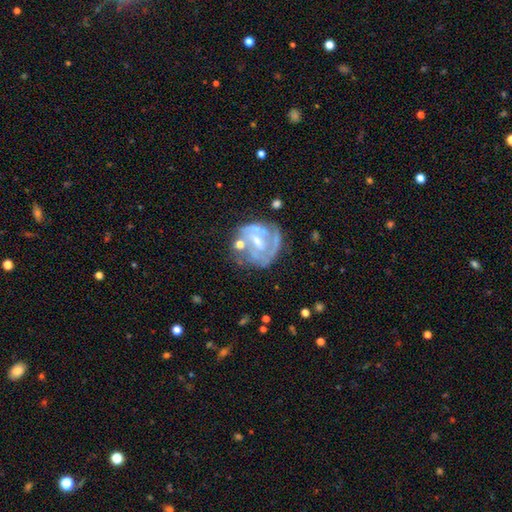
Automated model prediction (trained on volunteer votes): Q: Smooth or featured?
A: featured or disk (76%); runner-up: smooth (14%)
Q: Edge-on disk?
A: no (97%); runner-up: yes (3%)
Q: Bar?
A: weak (42%); runner-up: no (38%)
Q: Spiral arms?
A: yes (76%); runner-up: no (24%)
Q: Spiral winding?
A: tight (53%); runner-up: medium (34%)
Q: Spiral arm count?
A: 2 (40%); runner-up: can't tell (31%)
Q: Bulge size?
A: small (54%); runner-up: moderate (37%)
Q: Merging?
A: none (52%); runner-up: minor disturbance (20%)